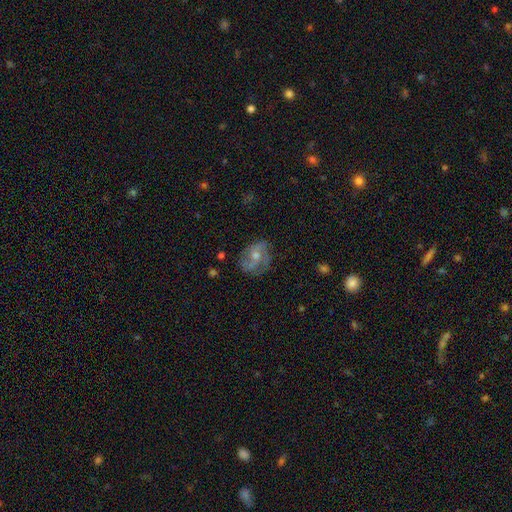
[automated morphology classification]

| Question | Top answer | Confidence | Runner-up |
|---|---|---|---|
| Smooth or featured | featured or disk | 59% | smooth (33%) |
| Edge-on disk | no | 97% | yes (3%) |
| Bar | no | 64% | weak (29%) |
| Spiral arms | yes | 75% | no (25%) |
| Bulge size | moderate | 59% | small (32%) |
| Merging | none | 62% | minor disturbance (23%) |